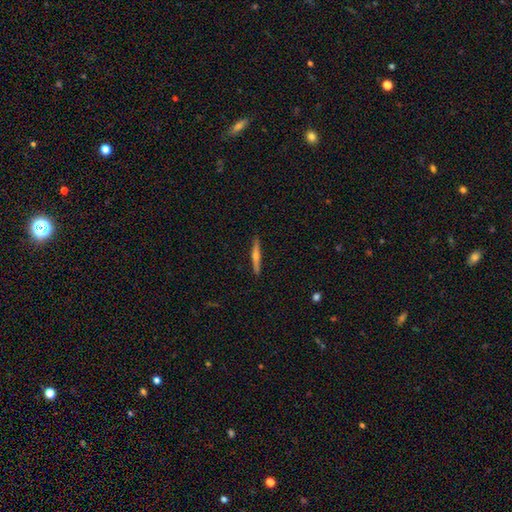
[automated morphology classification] Q: Smooth or featured?
A: featured or disk (61%); runner-up: smooth (33%)
Q: Edge-on disk?
A: yes (98%); runner-up: no (2%)
Q: Edge-on bulge?
A: rounded (81%); runner-up: none (13%)
Q: Merging?
A: none (91%); runner-up: minor disturbance (6%)